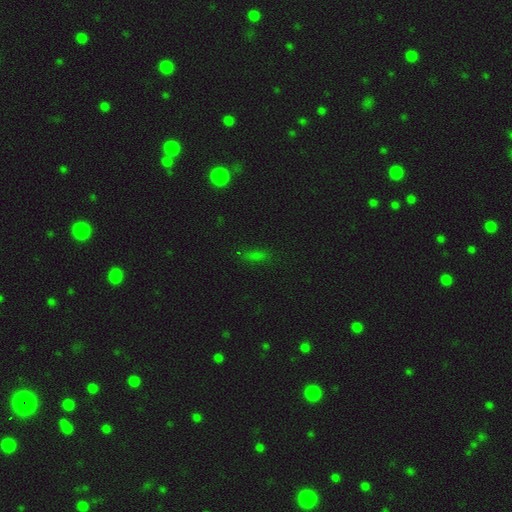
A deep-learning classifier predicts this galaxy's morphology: type=smooth (60%); roundness=in between (52%); merging=none (79%).